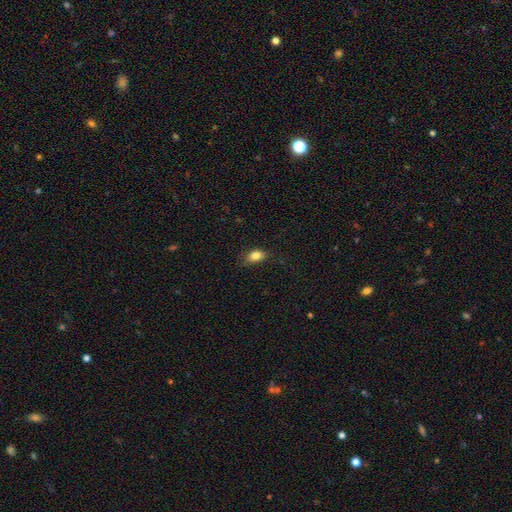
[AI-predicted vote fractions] smooth-or-featured: smooth: 82% | star or artifact: 9% | featured or disk: 9%
  how-rounded: in between: 84% | round: 11% | cigar-shaped: 5%
  merging: none: 73% | minor disturbance: 21% | major disturbance: 5% | merger: 1%